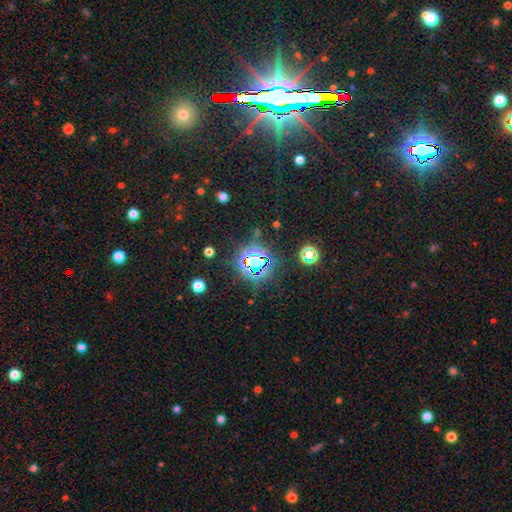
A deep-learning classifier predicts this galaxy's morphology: Q: Smooth or featured?
A: star or artifact (76%); runner-up: smooth (15%)